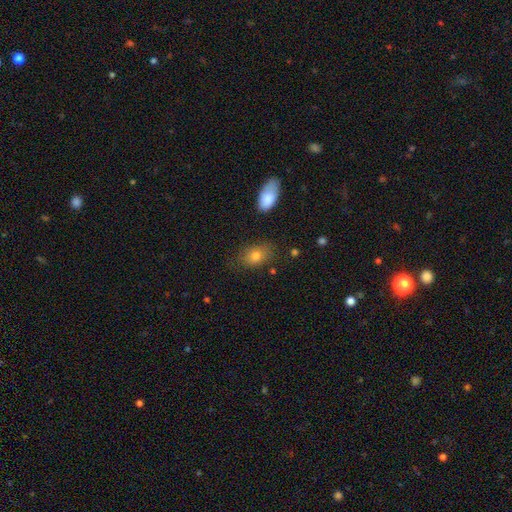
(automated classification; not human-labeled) This is likely a smooth galaxy (79%). How rounded: likely in between (78%). Merging: likely none (74%).